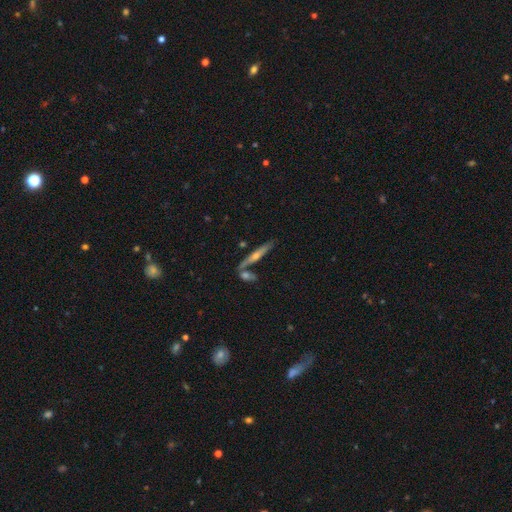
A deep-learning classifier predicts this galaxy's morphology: Q: Smooth or featured?
A: featured or disk (66%); runner-up: smooth (27%)
Q: Edge-on disk?
A: yes (95%); runner-up: no (5%)
Q: Edge-on bulge?
A: rounded (86%); runner-up: none (10%)
Q: Merging?
A: none (73%); runner-up: merger (16%)